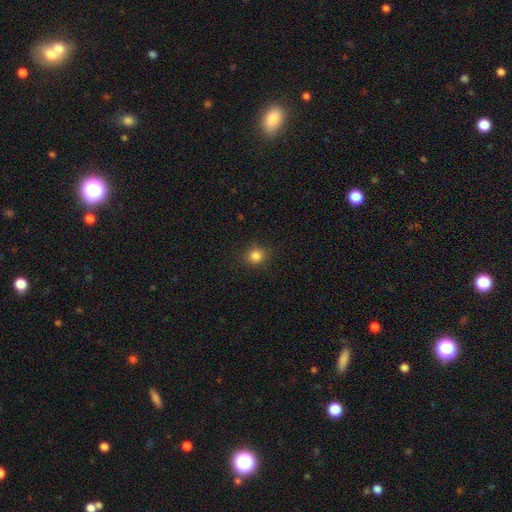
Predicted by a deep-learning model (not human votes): This appears to be a smooth galaxy with no disk features (83%) that is round (88%). Merging: none (88%).